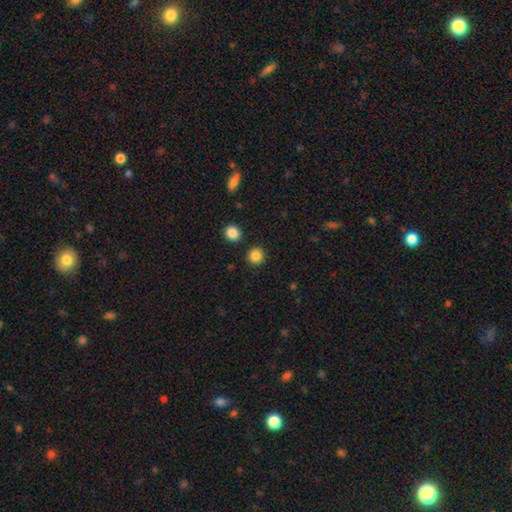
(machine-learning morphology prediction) smooth 85%, star or artifact 11%, featured or disk 4%. Down the decision tree: how rounded — round (92%); merging — none (90%).